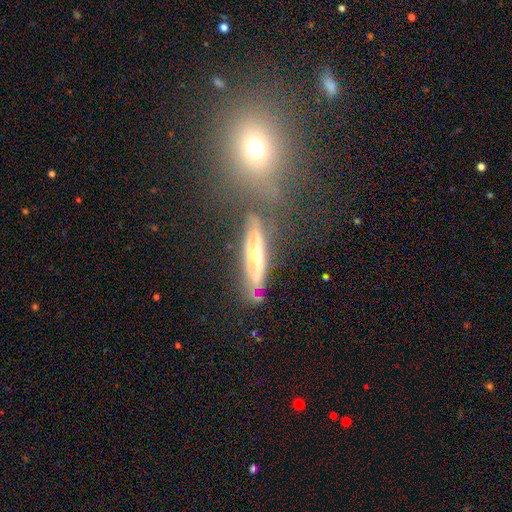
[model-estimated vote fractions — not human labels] A featured or disk galaxy (71%) viewed edge-on (60%). Merging: none (66%).